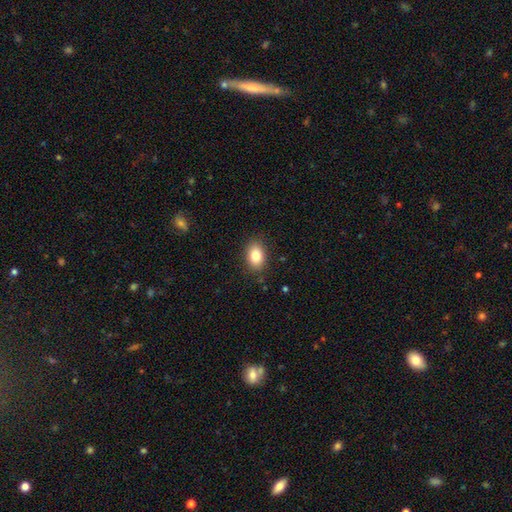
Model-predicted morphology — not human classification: The model was most divided on "how rounded": in between: 82%, round: 16%, cigar-shaped: 1%. More confident: merging — none (87%); smooth or featured — smooth (84%).